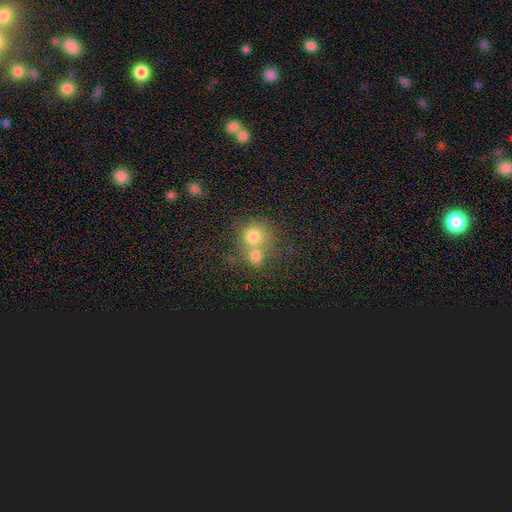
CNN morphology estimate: A smooth galaxy with no disk features (70%) that is round (77%).

Vote fractions:
- Smooth or featured? smooth: 70% / star or artifact: 16% / featured or disk: 14%
- How rounded? round: 77% / in between: 22% / cigar-shaped: 1%
- Merging? merger: 59% / none: 31% / minor disturbance: 6% / major disturbance: 4%